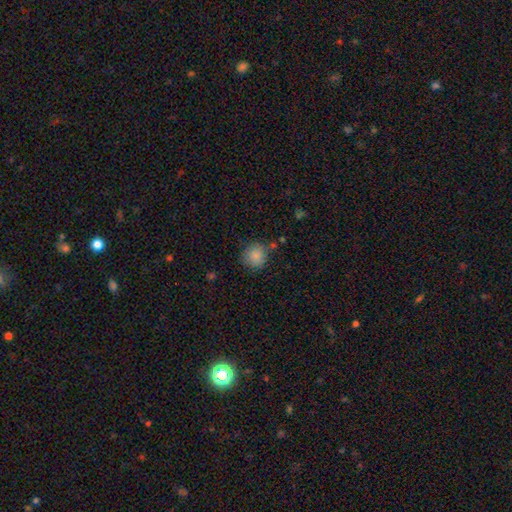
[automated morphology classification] Smooth or featured? smooth (85%)
How rounded? round (90%)
Merging? none (79%)